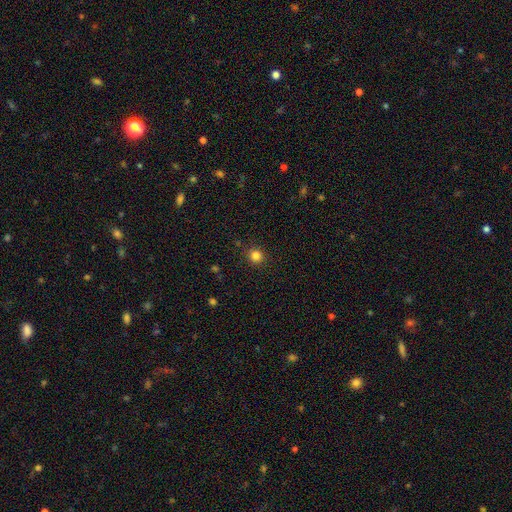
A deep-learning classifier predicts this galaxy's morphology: Smooth or featured? smooth (83%)
How rounded? round (92%)
Merging? none (89%)